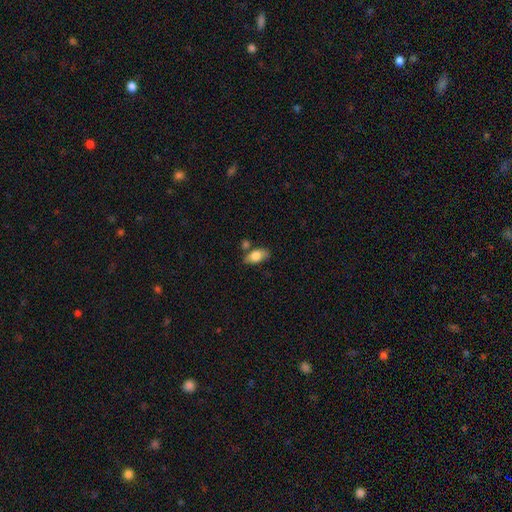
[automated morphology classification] Smooth or featured? smooth (78%)
How rounded? in between (88%)
Merging? none (58%)